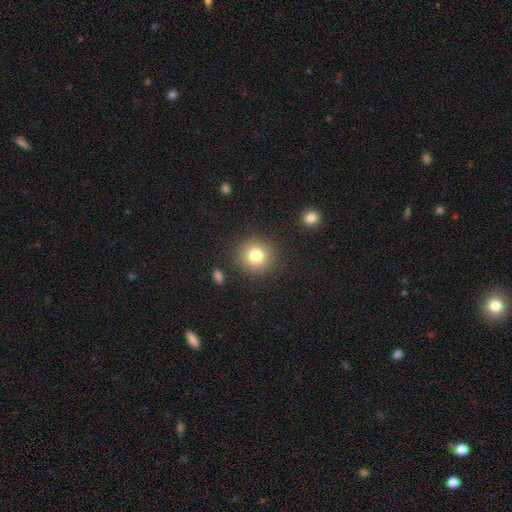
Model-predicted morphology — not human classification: This appears to be a smooth galaxy with no disk features (79%) that is round (91%). Merging: none (88%).